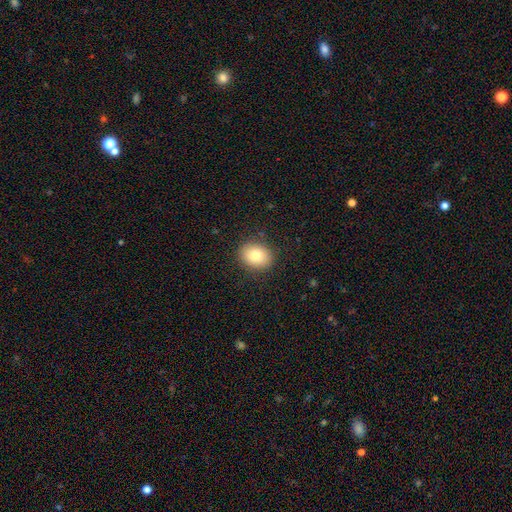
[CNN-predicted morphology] The model was most divided on "how rounded": round: 51%, in between: 48%, cigar-shaped: 1%. More confident: merging — none (88%); smooth or featured — smooth (80%).